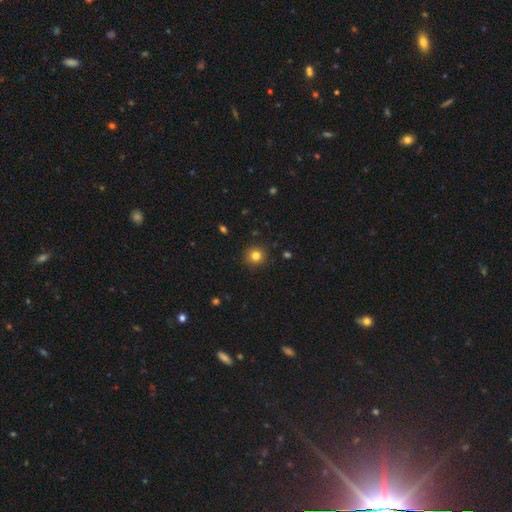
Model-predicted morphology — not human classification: Overall: smooth (81%). How rounded: round (93%). Merging: none (91%).